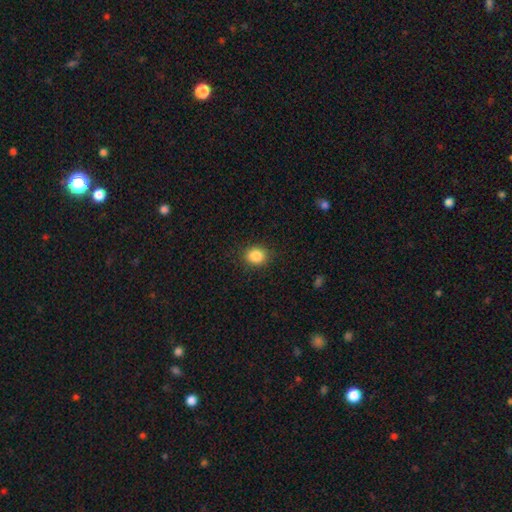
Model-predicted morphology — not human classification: A smooth galaxy with no disk features (87%) that is round (67%). Merging: none (88%).